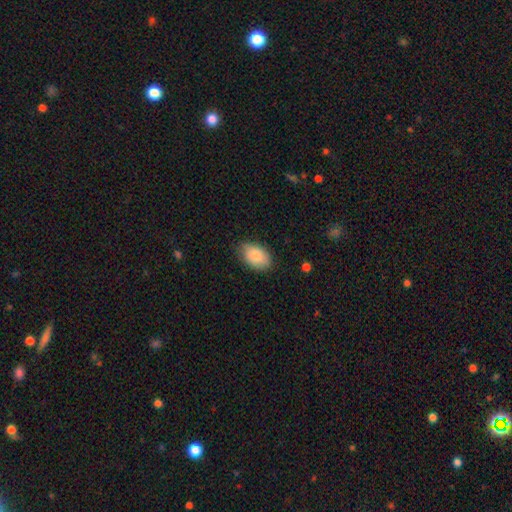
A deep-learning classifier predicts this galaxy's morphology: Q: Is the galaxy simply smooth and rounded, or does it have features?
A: smooth — 85%.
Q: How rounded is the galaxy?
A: in between — 90%.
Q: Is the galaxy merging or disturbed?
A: none — 79%.